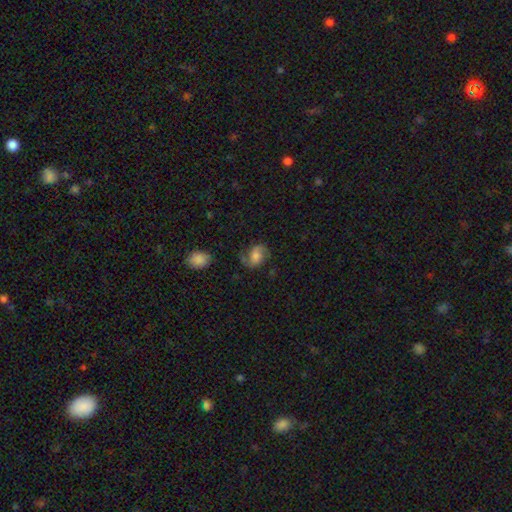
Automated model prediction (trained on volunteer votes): Smooth or featured? featured or disk (55%)
Edge-on disk? no (97%)
Bar? no (54%)
Spiral arms? yes (90%)
Bulge size? moderate (42%)
Merging? none (64%)